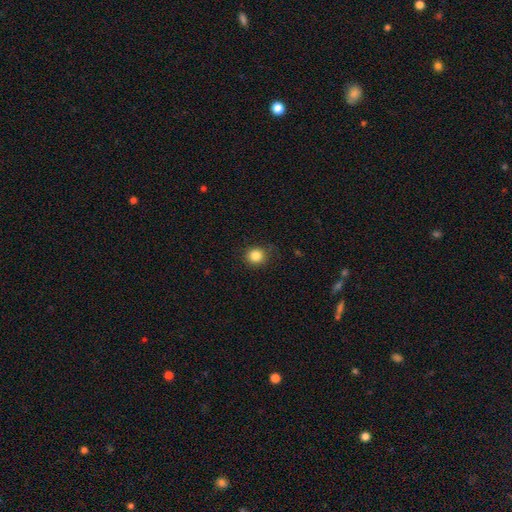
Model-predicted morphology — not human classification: Q: Smooth or featured?
A: smooth (84%); runner-up: star or artifact (11%)
Q: How rounded?
A: round (87%); runner-up: in between (12%)
Q: Merging?
A: none (84%); runner-up: minor disturbance (12%)